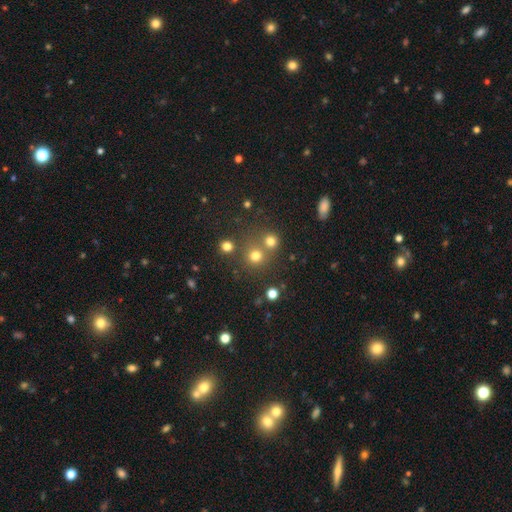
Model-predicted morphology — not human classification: smooth-or-featured: smooth: 74% | star or artifact: 19% | featured or disk: 7%
  how-rounded: round: 90% | in between: 9% | cigar-shaped: 1%
  merging: none: 65% | merger: 25% | minor disturbance: 7% | major disturbance: 3%